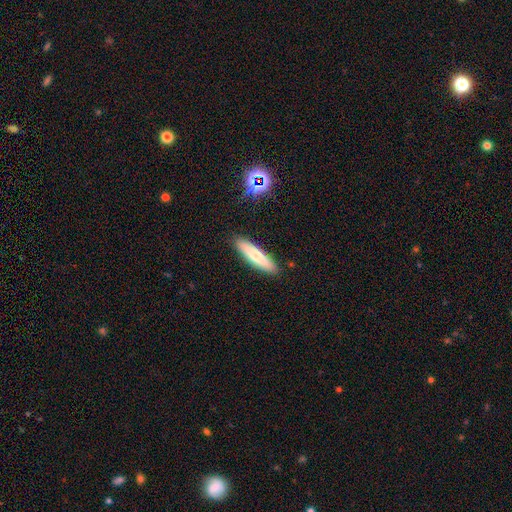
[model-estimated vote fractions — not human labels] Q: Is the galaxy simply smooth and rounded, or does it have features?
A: smooth — 73%.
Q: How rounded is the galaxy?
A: cigar-shaped — 75%.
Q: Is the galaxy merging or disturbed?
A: none — 89%.